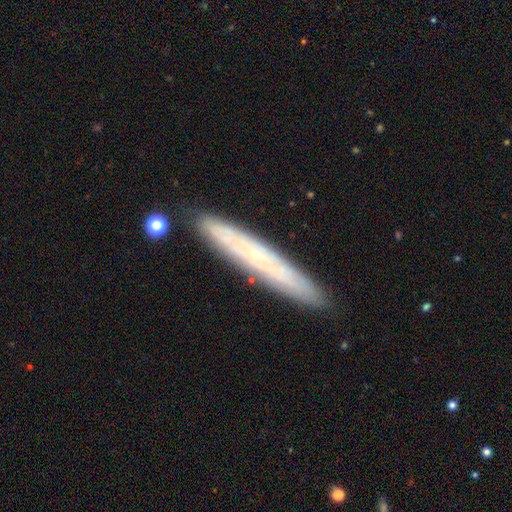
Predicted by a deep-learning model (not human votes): A featured or disk galaxy (53%) viewed edge-on (75%). Merging: none (87%).